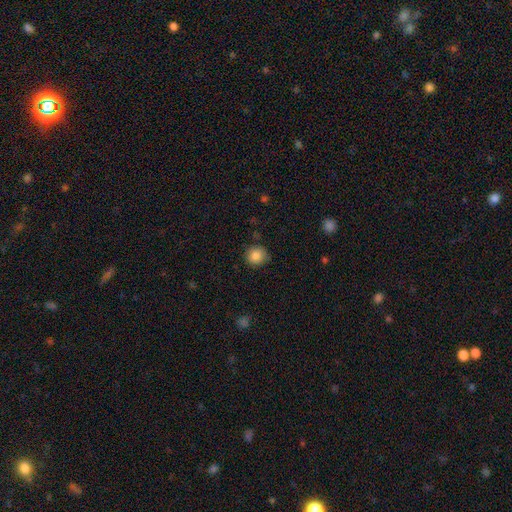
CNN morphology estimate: type=smooth (84%); roundness=round (89%); merging=none (85%).